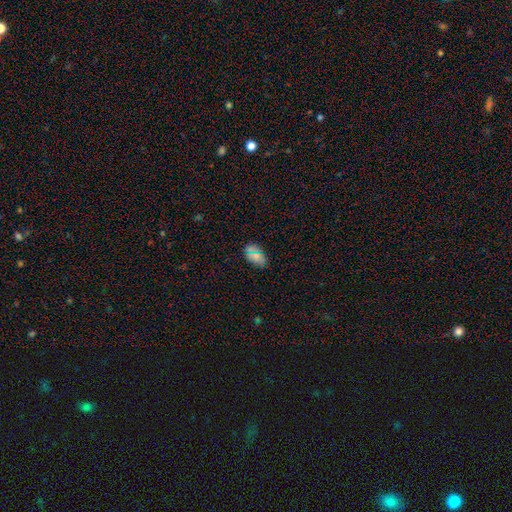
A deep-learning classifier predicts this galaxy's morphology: Smooth or featured?
  - smooth: 73% *
  - star or artifact: 20%
  - featured or disk: 7%
How rounded?
  - in between: 91% *
  - round: 7%
  - cigar-shaped: 2%
Merging?
  - none: 83% *
  - minor disturbance: 12%
  - major disturbance: 3%
  - merger: 2%